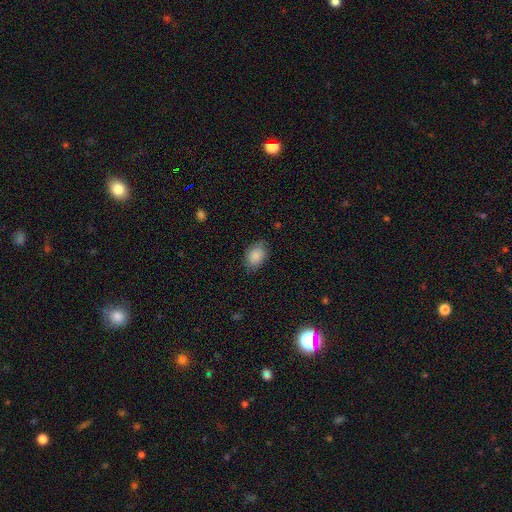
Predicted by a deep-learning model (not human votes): Smooth or featured? Predicted: smooth (p=0.88). How rounded? Predicted: in between (p=0.81). Merging? Predicted: none (p=0.80).